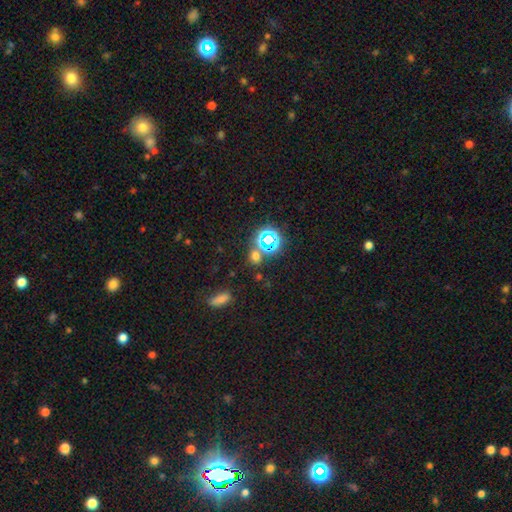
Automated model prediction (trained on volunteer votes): smooth_or_featured: smooth (p=0.50) [alt: star or artifact p=0.42]
merging: none (p=0.71) [alt: merger p=0.15]